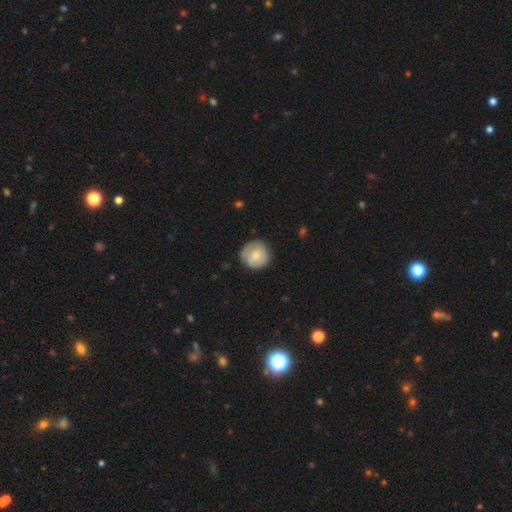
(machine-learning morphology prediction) smooth-or-featured: smooth: 61% | featured or disk: 32% | star or artifact: 6%
  how-rounded: round: 91% | in between: 8% | cigar-shaped: 1%
  merging: none: 75% | minor disturbance: 19% | major disturbance: 5% | merger: 1%